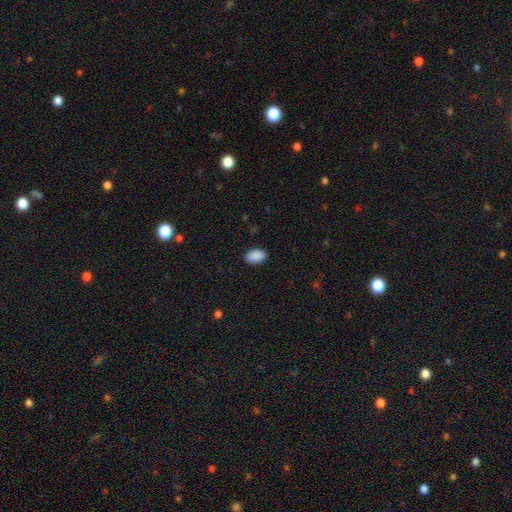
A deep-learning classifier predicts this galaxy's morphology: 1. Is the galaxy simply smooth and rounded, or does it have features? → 90% smooth, 7% star or artifact, 3% featured or disk.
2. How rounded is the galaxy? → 90% in between, 8% round, 1% cigar-shaped.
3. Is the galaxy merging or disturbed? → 89% none, 8% minor disturbance, 2% major disturbance, 1% merger.